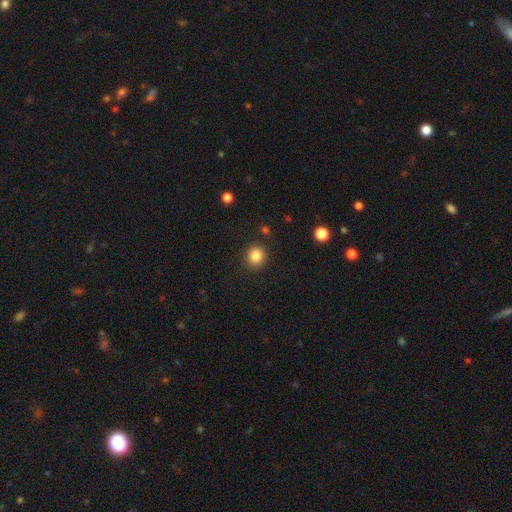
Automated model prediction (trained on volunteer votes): Morphology: type=smooth (86%); roundness=round (88%); merging=none (88%).